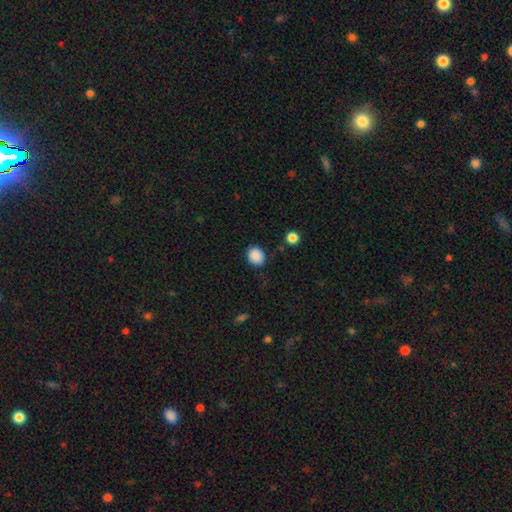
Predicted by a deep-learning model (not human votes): Smooth or featured?
  - smooth: 89% *
  - star or artifact: 9%
  - featured or disk: 3%
How rounded?
  - round: 63% *
  - in between: 37%
  - cigar-shaped: 1%
Merging?
  - none: 86% *
  - minor disturbance: 10%
  - major disturbance: 3%
  - merger: 2%